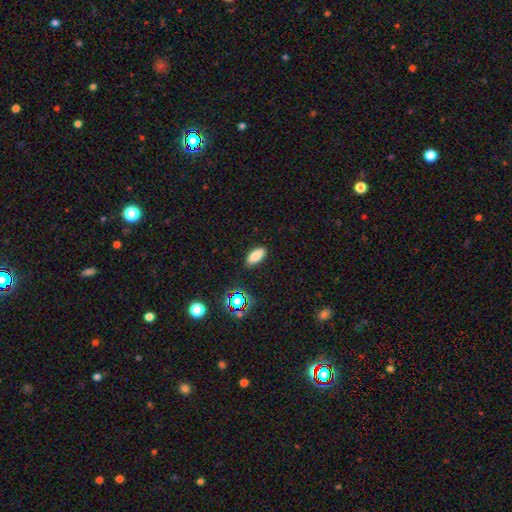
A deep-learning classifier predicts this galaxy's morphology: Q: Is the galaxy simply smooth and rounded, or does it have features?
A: smooth — 83%.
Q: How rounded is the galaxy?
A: in between — 84%.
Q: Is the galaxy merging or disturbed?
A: none — 88%.